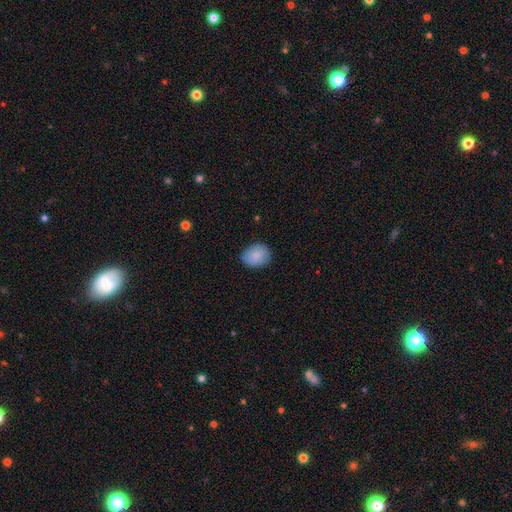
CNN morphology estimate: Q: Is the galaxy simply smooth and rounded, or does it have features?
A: smooth — 86%.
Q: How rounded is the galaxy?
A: round — 55%.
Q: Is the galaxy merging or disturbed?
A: none — 82%.